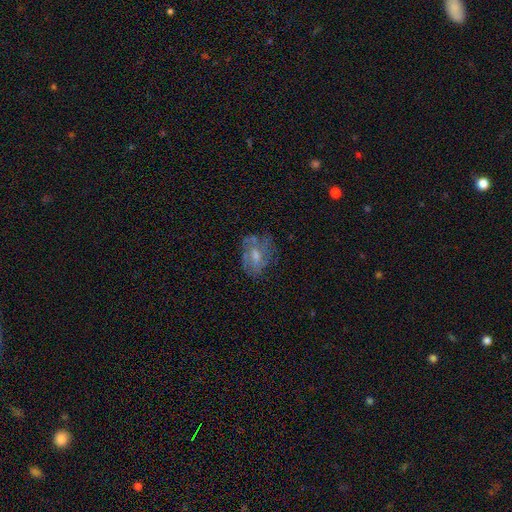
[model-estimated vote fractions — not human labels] This is possibly a featured or disk galaxy (58%). It is clearly not viewed edge-on (96%). Bar: possibly no (49%). Spiral arm pattern: likely yes (63%). Central bulge: possibly moderate (49%). Merging: likely none (62%).